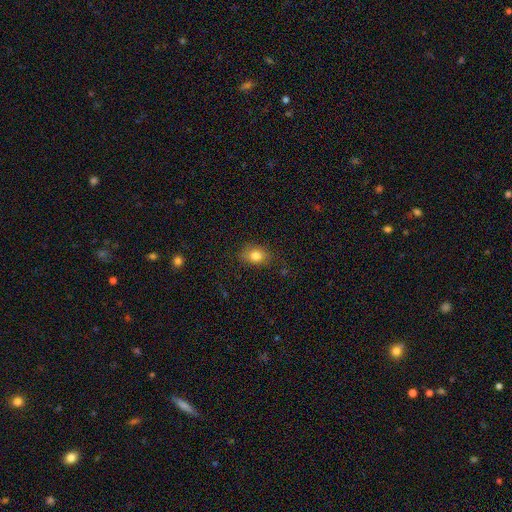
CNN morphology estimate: This appears to be a smooth galaxy with no disk features (83%) that is in between round and cigar-shaped (68%). Merging: none (76%).